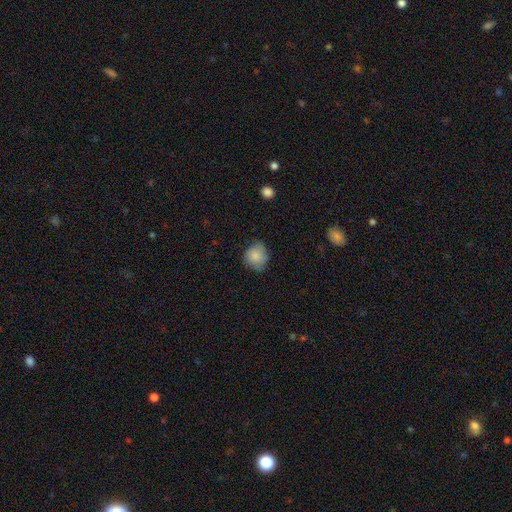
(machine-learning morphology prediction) Overall: smooth (83%). How rounded: round (76%). Merging: none (65%; minor disturbance 28%).